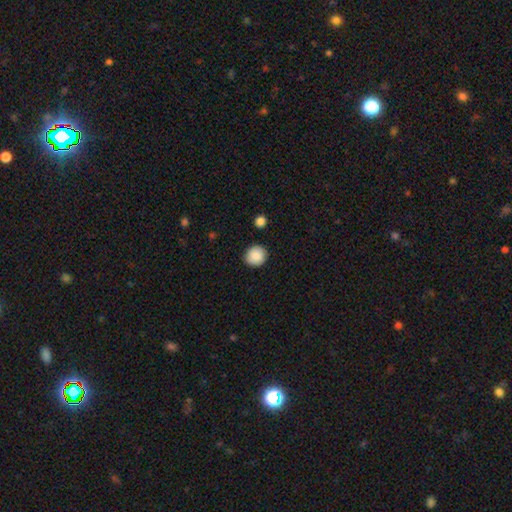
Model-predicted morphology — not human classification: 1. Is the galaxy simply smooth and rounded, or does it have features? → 88% smooth, 8% star or artifact, 4% featured or disk.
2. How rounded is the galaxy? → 90% round, 9% in between, 1% cigar-shaped.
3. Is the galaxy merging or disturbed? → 88% none, 8% minor disturbance, 2% major disturbance, 2% merger.